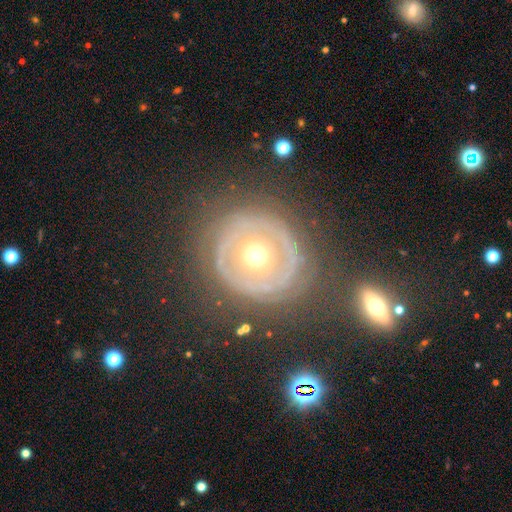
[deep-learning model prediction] featured or disk 68%, smooth 24%, star or artifact 8%. Down the decision tree: edge-on disk — no (95%); bar — no (84%); spiral arms — no (66%); bulge size — moderate (68%); merging — none (74%).